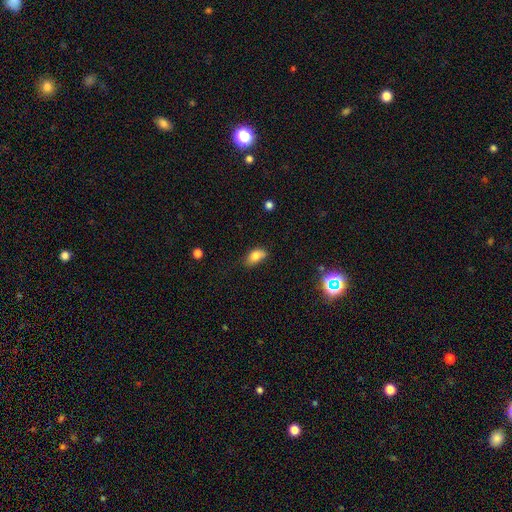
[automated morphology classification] smooth_or_featured: smooth (p=0.79) [alt: featured or disk p=0.12]
how_rounded: in between (p=0.88) [alt: round p=0.07]
merging: none (p=0.62) [alt: minor disturbance p=0.29]